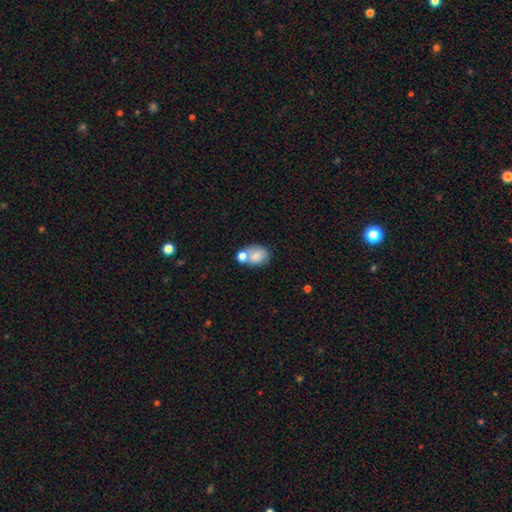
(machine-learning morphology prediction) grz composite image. It shows a smooth galaxy with no disk features (77%) that is in between round and cigar-shaped (73%). Merging: none (41%).